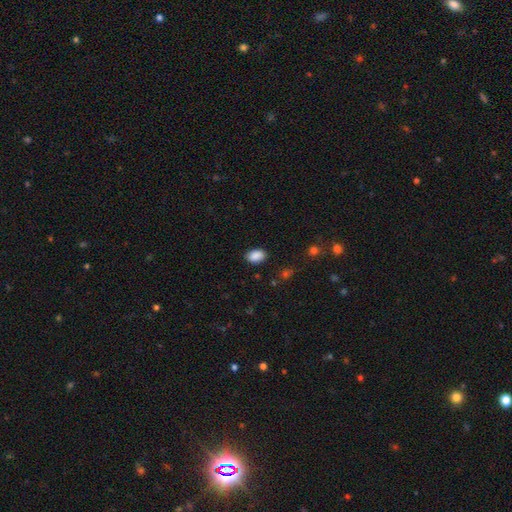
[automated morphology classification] A smooth galaxy with no disk features (89%) that is in between round and cigar-shaped (86%).

Vote fractions:
- Smooth or featured? smooth: 89% / star or artifact: 8% / featured or disk: 3%
- How rounded? in between: 86% / round: 13% / cigar-shaped: 1%
- Merging? none: 86% / minor disturbance: 10% / major disturbance: 3% / merger: 1%